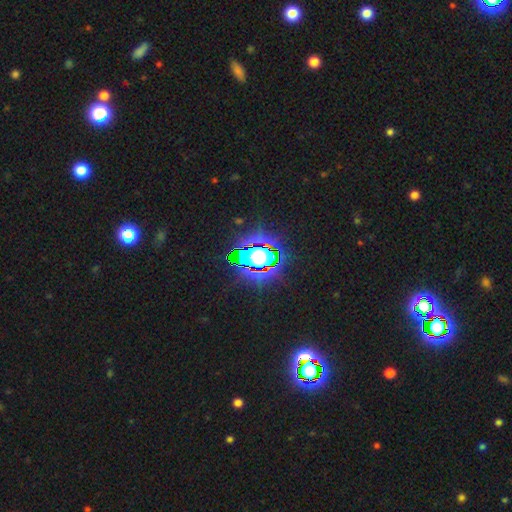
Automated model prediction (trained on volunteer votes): Smooth or featured: star or artifact — 66% (smooth — 21%)